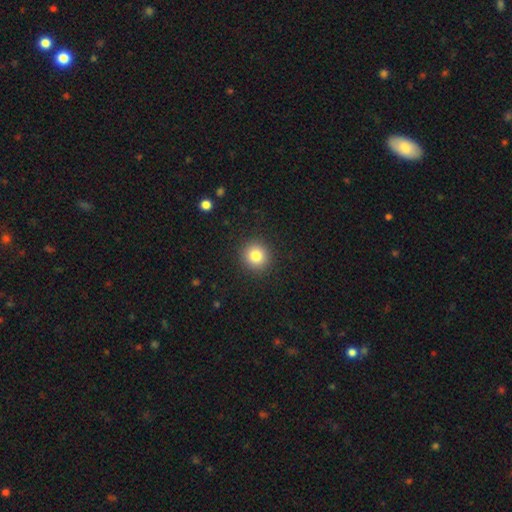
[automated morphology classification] A smooth galaxy with no disk features (82%) that is round (93%).

Vote fractions:
- Smooth or featured? smooth: 82% / star or artifact: 11% / featured or disk: 7%
- How rounded? round: 93% / in between: 6% / cigar-shaped: 1%
- Merging? none: 92% / minor disturbance: 5% / major disturbance: 2% / merger: 1%